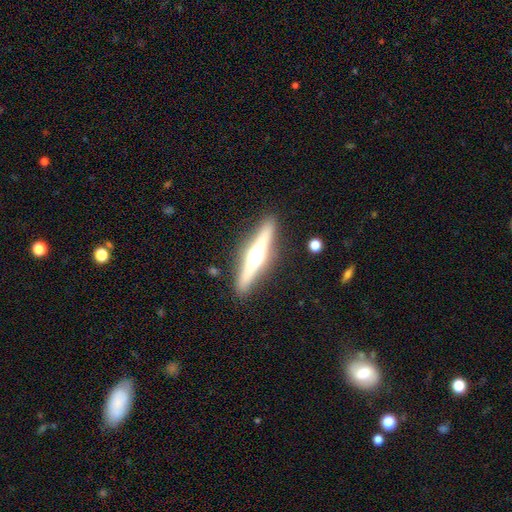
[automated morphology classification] type=featured or disk (73%); edge-on=yes (97%); edge-on bulge=rounded (91%); merging=none (90%).